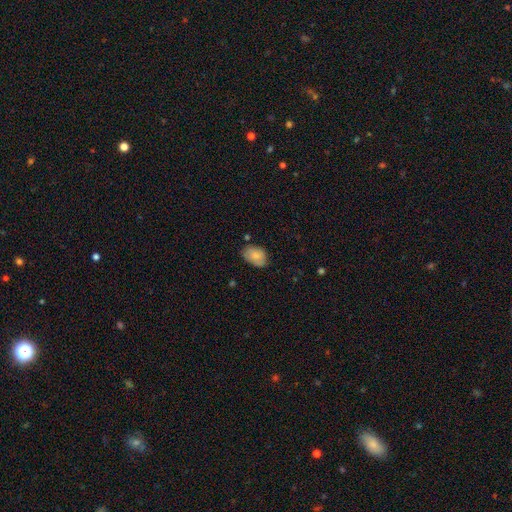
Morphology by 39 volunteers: A smooth galaxy with no disk features (74%) that is in between round and cigar-shaped (83%).

Vote fractions:
- Smooth or featured? smooth: 74% / featured or disk: 26% / star or artifact: 0%
- How rounded? in between: 83% / round: 17% / cigar-shaped: 0%
- Merging? none: 59% / minor disturbance: 36% / major disturbance: 3% / merger: 3%